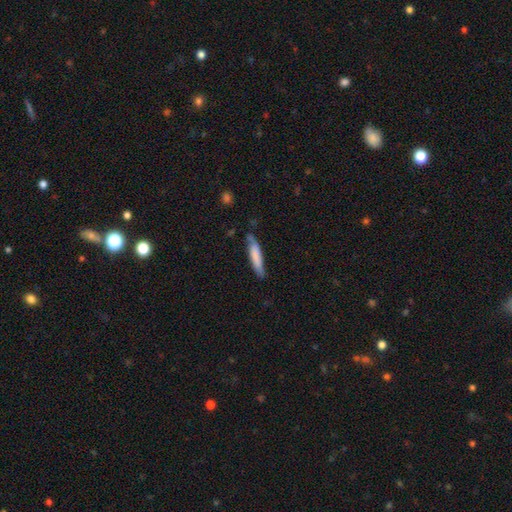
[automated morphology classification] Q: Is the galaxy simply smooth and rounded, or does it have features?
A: smooth — 75%.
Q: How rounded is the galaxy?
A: cigar-shaped — 85%.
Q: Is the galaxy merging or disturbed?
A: none — 66%.